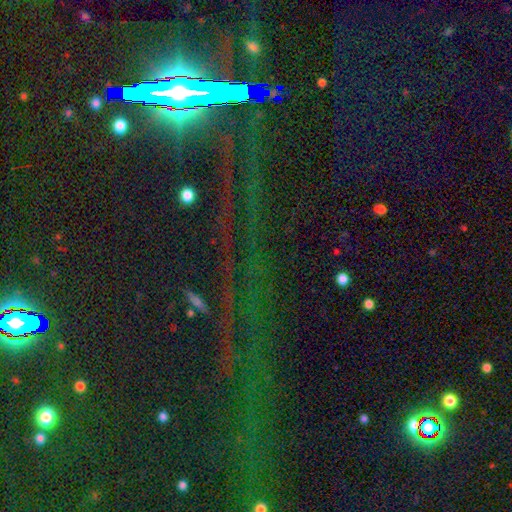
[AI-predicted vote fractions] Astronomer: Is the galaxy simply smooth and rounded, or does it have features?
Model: star or artifact — 82%.